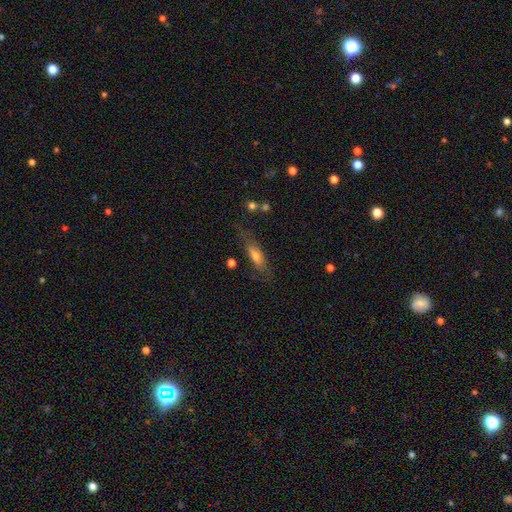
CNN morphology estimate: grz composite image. It shows a smooth galaxy with no disk features (62%) that is in between round and cigar-shaped (50%). Merging: none (69%).